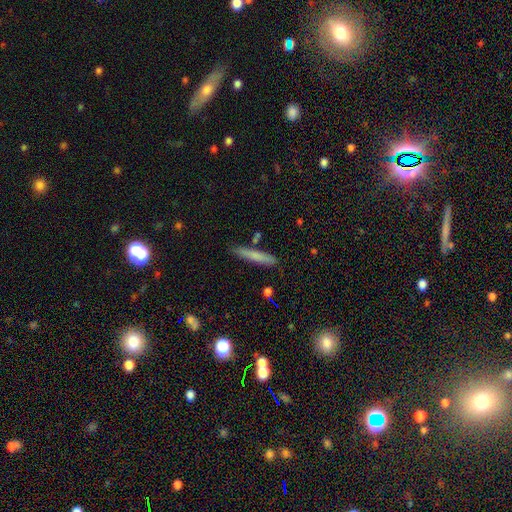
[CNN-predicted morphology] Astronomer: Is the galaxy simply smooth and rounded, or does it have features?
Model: smooth — 72%.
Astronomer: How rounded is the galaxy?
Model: cigar-shaped — 93%.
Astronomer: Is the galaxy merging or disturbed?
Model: none — 83%.